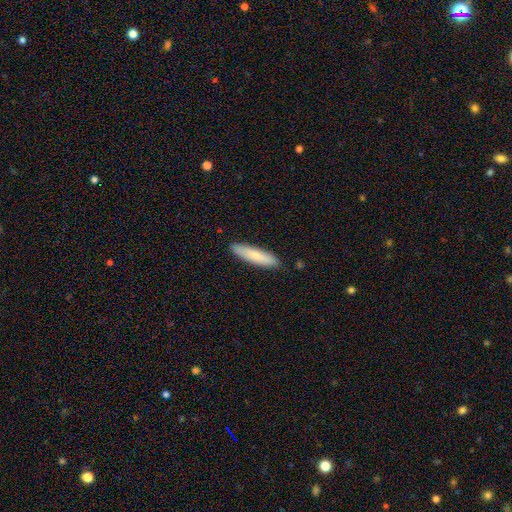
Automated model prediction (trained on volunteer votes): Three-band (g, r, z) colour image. It shows a smooth galaxy with no disk features (76%) that is cigar-shaped (79%). Merging: none (88%).